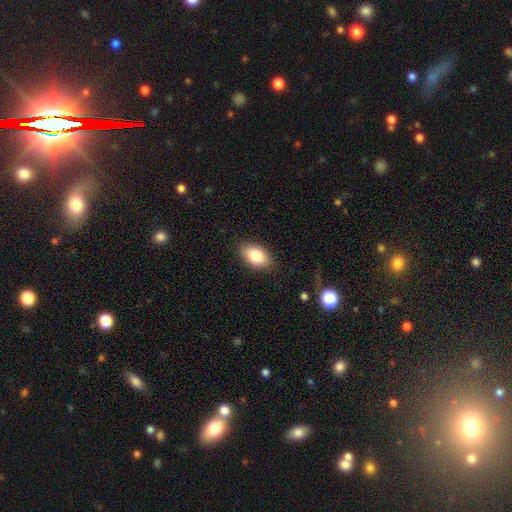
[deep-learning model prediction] The model was most divided on "smooth or featured": smooth: 83%, featured or disk: 9%, star or artifact: 7%. More confident: how rounded — in between (90%); merging — none (85%).